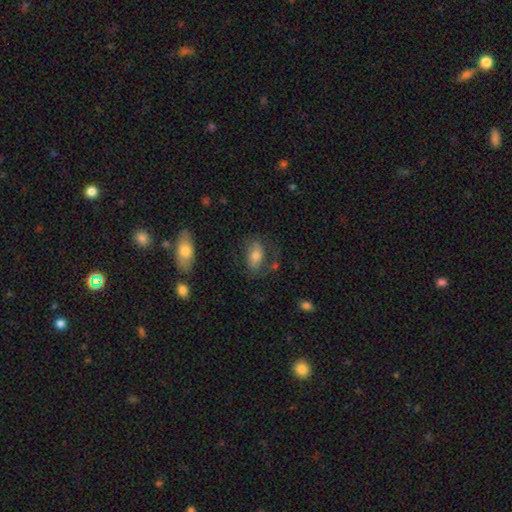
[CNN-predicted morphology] This is likely a smooth galaxy (64%). How rounded: clearly in between (85%). Merging: likely none (60%).